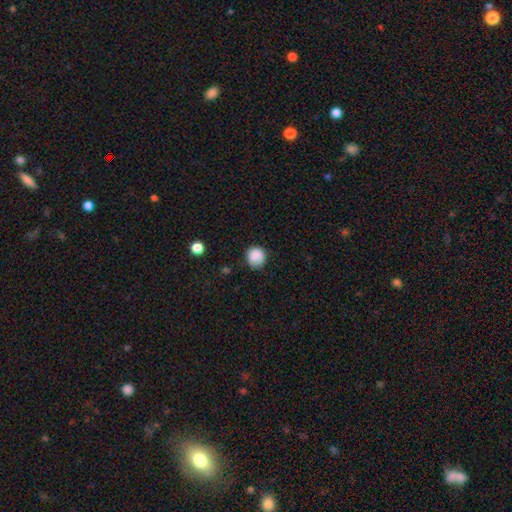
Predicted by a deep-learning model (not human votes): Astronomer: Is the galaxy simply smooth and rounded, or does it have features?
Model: smooth — 87%.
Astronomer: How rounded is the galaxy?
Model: round — 88%.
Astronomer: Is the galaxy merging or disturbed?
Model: none — 77%.